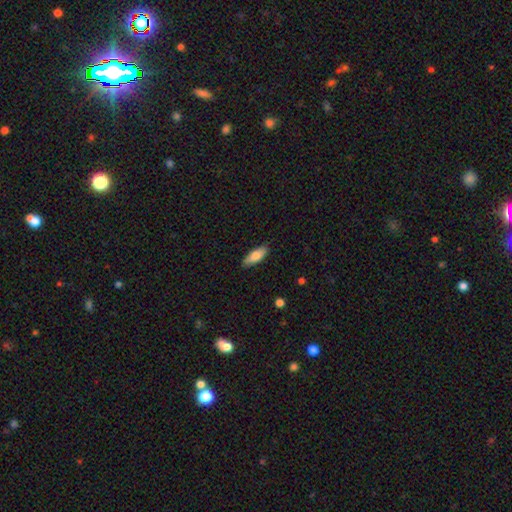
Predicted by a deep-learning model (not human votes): Morphology: type=smooth (79%); roundness=in between (69%); merging=none (86%).